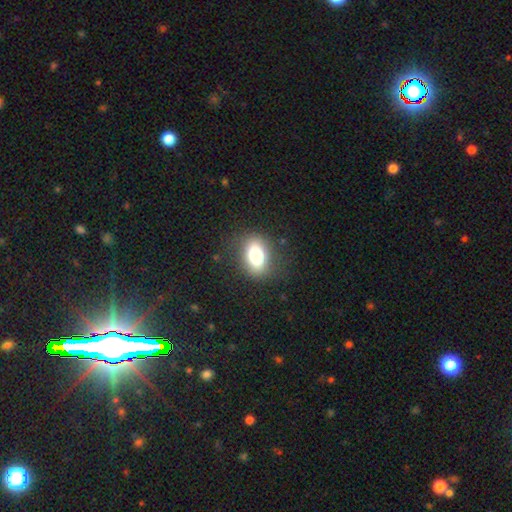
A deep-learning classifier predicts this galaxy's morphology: Smooth or featured? Predicted: smooth (p=0.76). How rounded? Predicted: in between (p=0.79). Merging? Predicted: none (p=0.81).